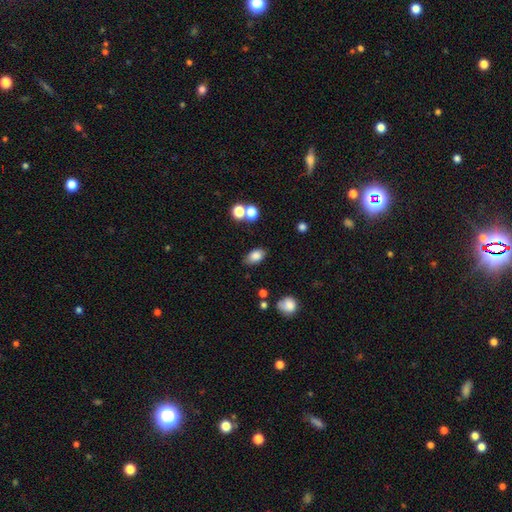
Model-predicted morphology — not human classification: Smooth or featured? Predicted: smooth (p=0.83). How rounded? Predicted: in between (p=0.89). Merging? Predicted: none (p=0.79).